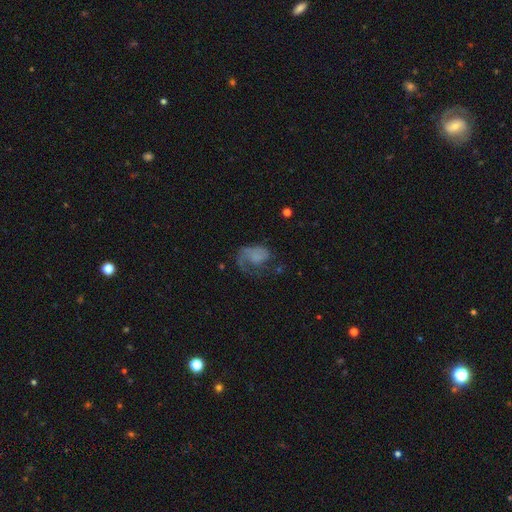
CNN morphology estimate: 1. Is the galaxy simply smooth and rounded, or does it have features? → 57% featured or disk, 33% smooth, 10% star or artifact.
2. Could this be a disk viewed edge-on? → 98% no, 2% yes.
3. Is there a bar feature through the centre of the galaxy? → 81% no, 17% weak, 3% strong.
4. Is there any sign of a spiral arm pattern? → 75% yes, 25% no.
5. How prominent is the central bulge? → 58% none, 20% small, 12% moderate, 7% large, 3% dominant.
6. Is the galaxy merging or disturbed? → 44% major disturbance, 32% none, 20% minor disturbance, 3% merger.